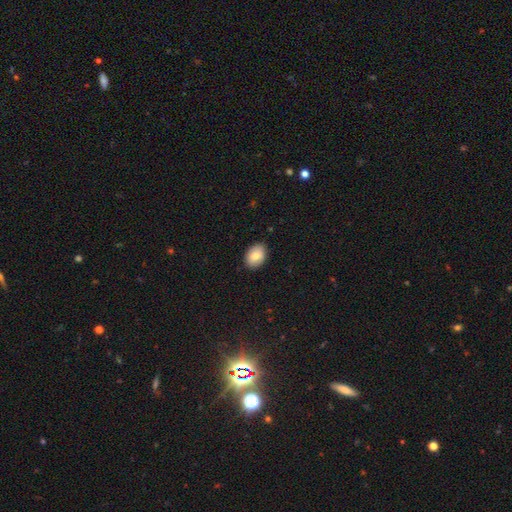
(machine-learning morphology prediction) type=smooth (79%); roundness=in between (79%); merging=none (86%).